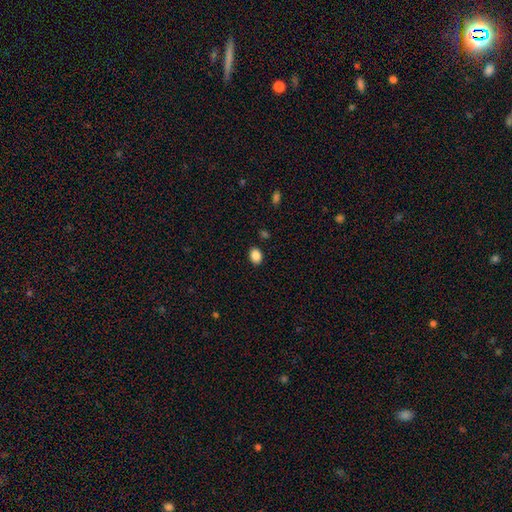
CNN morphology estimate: smooth-or-featured: smooth: 87% | star or artifact: 9% | featured or disk: 4%
  how-rounded: in between: 70% | round: 29% | cigar-shaped: 1%
  merging: none: 88% | minor disturbance: 8% | major disturbance: 2% | merger: 2%